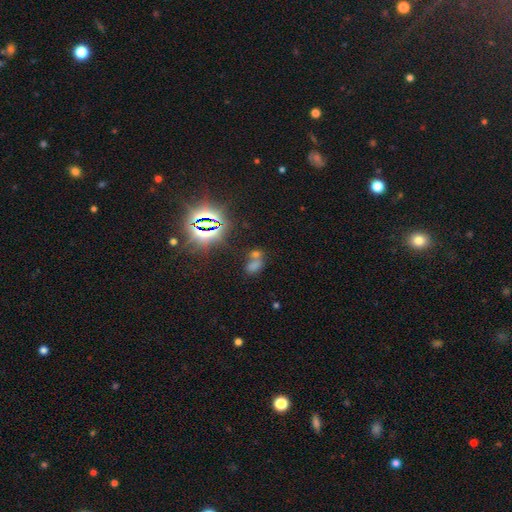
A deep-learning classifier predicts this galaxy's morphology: Smooth or featured: star or artifact — 46% (smooth — 41%)